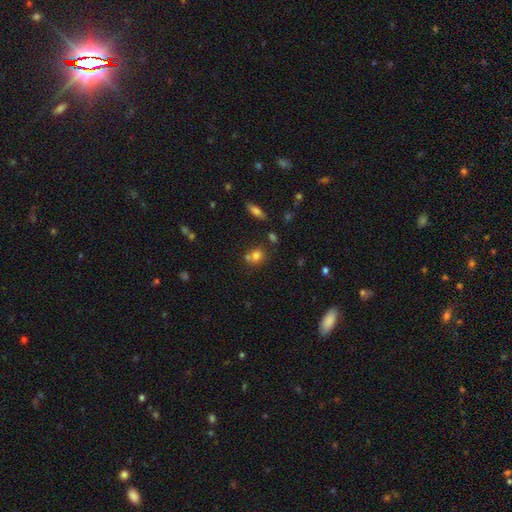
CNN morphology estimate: Q: Smooth or featured?
A: smooth (75%); runner-up: star or artifact (14%)
Q: How rounded?
A: round (62%); runner-up: in between (37%)
Q: Merging?
A: none (50%); runner-up: merger (33%)